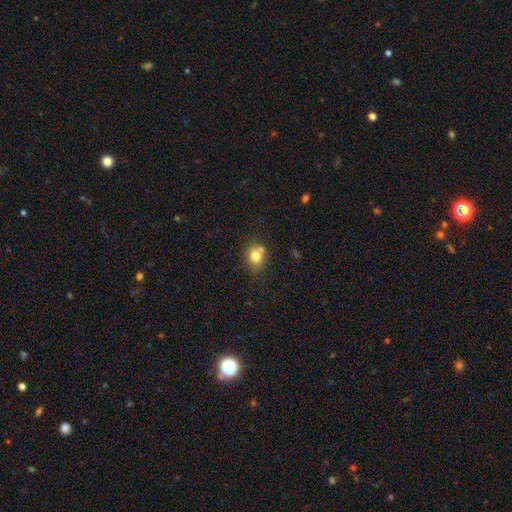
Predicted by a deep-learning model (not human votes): Overall: smooth (77%). How rounded: round (66%; in between 33%). Merging: none (64%).